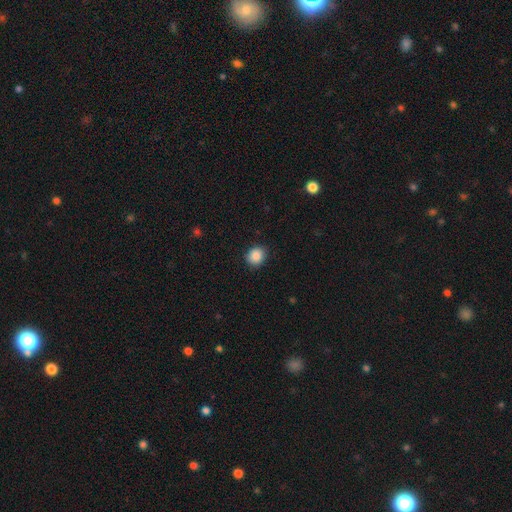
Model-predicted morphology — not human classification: This is clearly a smooth galaxy (88%). How rounded: likely round (67%). Merging: clearly none (86%).